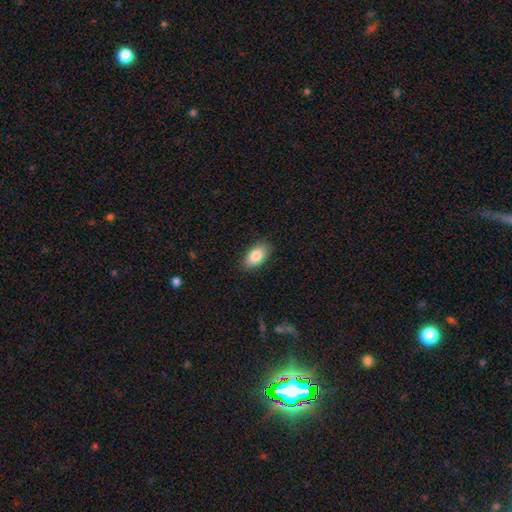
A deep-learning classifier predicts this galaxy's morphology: Overall: smooth (85%). How rounded: in between (93%). Merging: none (87%).